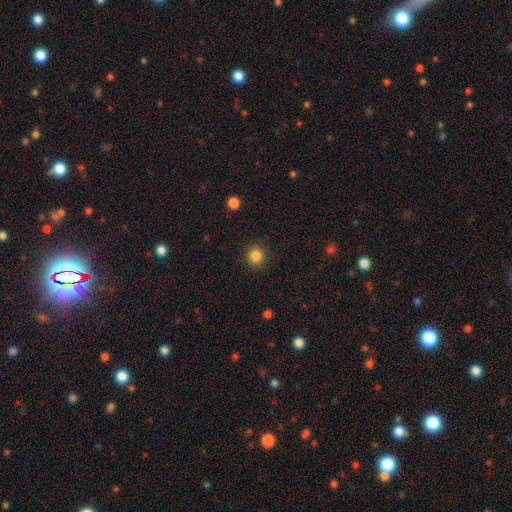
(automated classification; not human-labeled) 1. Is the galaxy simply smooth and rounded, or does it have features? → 85% smooth, 11% star or artifact, 4% featured or disk.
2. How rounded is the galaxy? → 93% round, 7% in between, 1% cigar-shaped.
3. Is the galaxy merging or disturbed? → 91% none, 6% minor disturbance, 2% major disturbance, 1% merger.